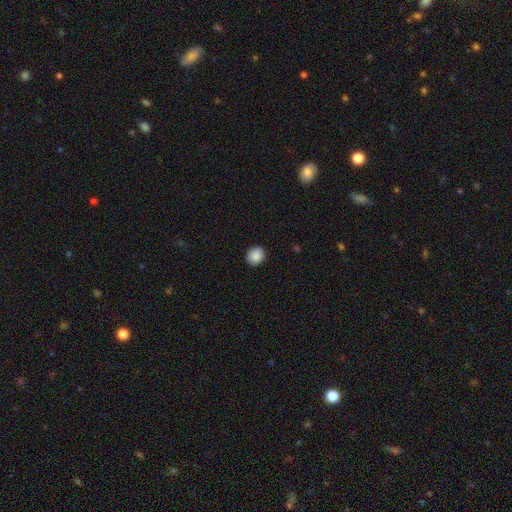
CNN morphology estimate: Smooth or featured: smooth — 88% (star or artifact — 9%)
How rounded: round — 82% (in between — 17%)
Merging: none — 91% (minor disturbance — 6%)